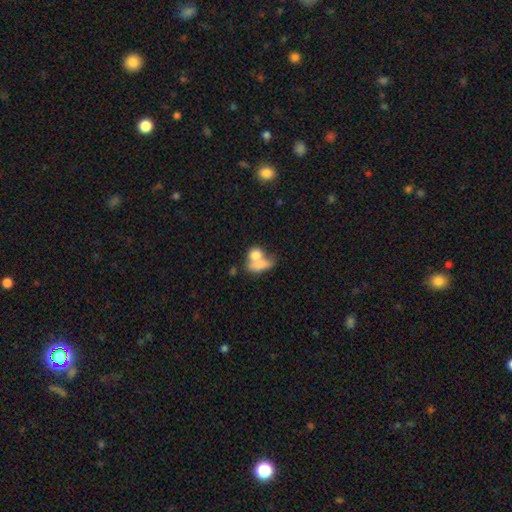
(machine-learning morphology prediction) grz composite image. It shows a smooth galaxy with no disk features (76%) that is in between round and cigar-shaped (69%). Merging: merger (62%).